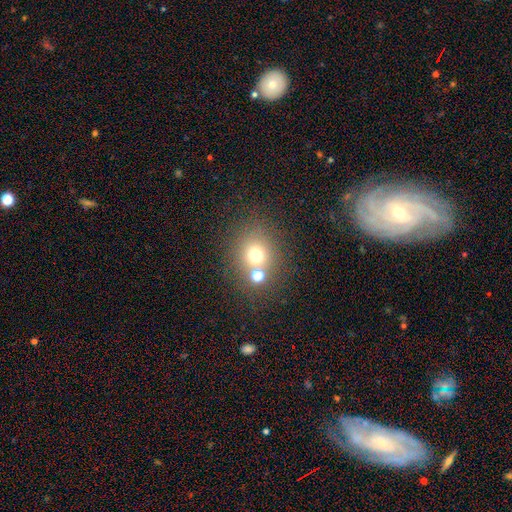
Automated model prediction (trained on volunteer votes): Overall: smooth (67%). How rounded: round (83%). Merging: none (62%; merger 26%).